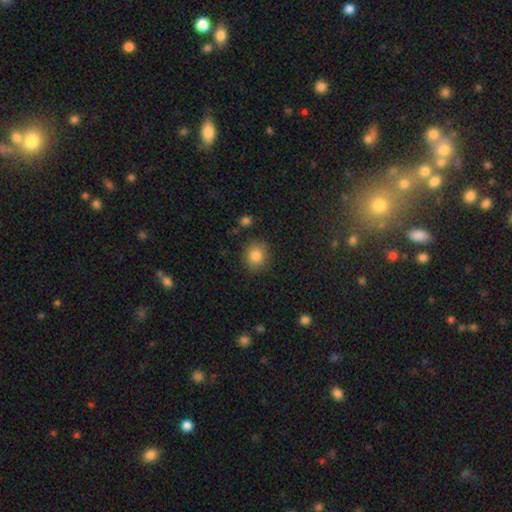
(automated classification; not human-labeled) This is clearly a smooth galaxy (83%). How rounded: clearly round (81%). Merging: clearly none (86%).